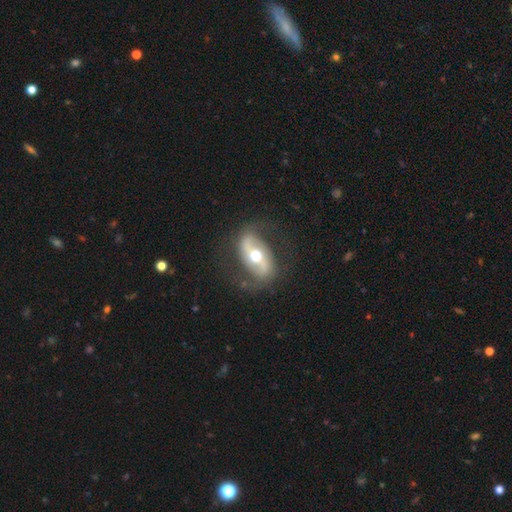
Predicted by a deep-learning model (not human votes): Smooth or featured: featured or disk — 76% (smooth — 19%)
Edge-on disk: no — 93% (yes — 7%)
Bar: strong — 37% (no — 34%)
Spiral arms: yes — 81% (no — 19%)
Spiral winding: loose — 56% (medium — 33%)
Spiral arm count: 2 — 90% (can't tell — 5%)
Bulge size: moderate — 75% (large — 12%)
Merging: none — 75% (minor disturbance — 15%)